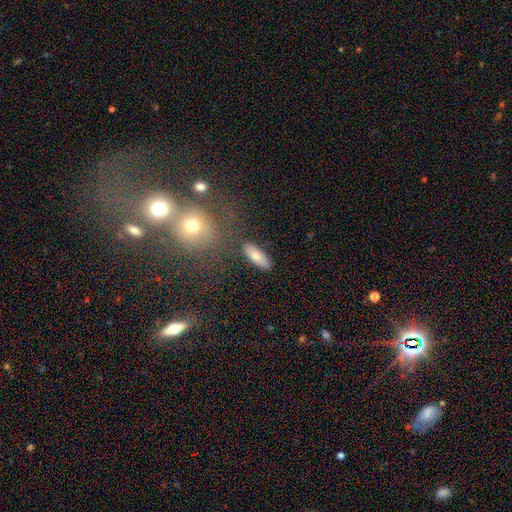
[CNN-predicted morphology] Overall: smooth (64%). How rounded: in between (65%; cigar-shaped 27%). Merging: none (78%).